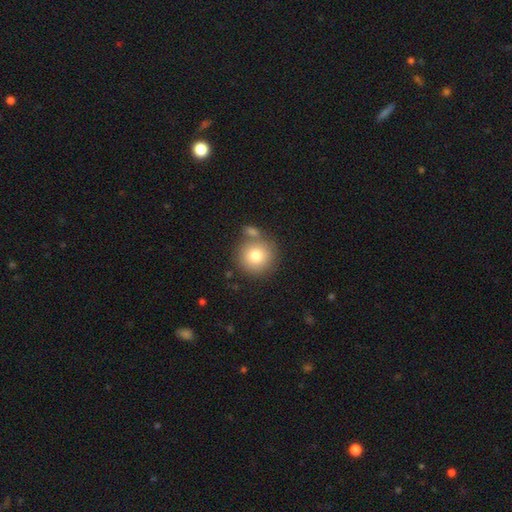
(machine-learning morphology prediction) smooth_or_featured: smooth (p=0.78) [alt: featured or disk p=0.12]
how_rounded: round (p=0.93) [alt: in between p=0.06]
merging: none (p=0.67) [alt: merger p=0.18]